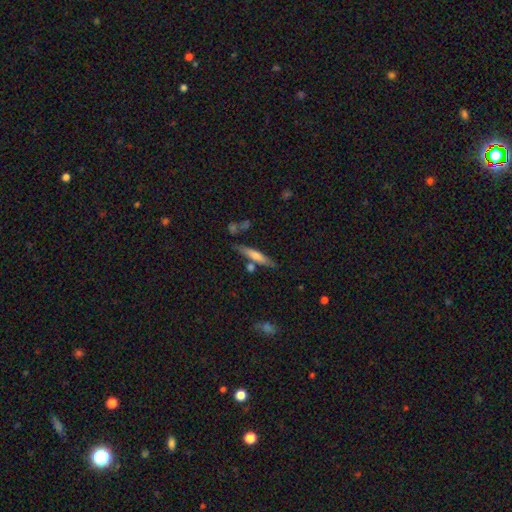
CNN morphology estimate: Smooth or featured: smooth — 56% (featured or disk — 38%)
How rounded: cigar-shaped — 89% (in between — 9%)
Merging: none — 76% (minor disturbance — 12%)